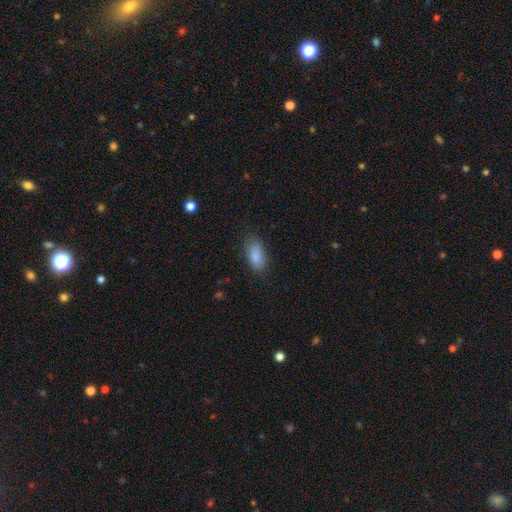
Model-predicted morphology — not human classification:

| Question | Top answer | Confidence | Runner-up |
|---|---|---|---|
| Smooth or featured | smooth | 87% | star or artifact (7%) |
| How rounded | in between | 89% | cigar-shaped (8%) |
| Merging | none | 81% | minor disturbance (14%) |